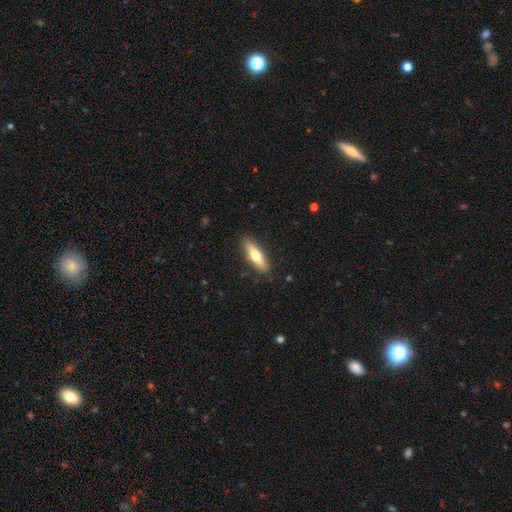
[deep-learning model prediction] A smooth galaxy with no disk features (63%) that is cigar-shaped (62%). Merging: none (87%).